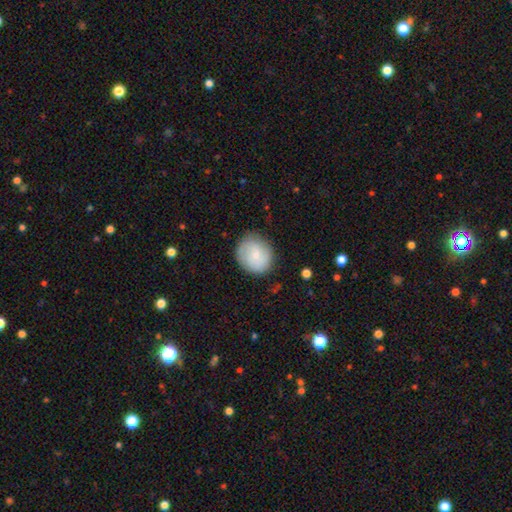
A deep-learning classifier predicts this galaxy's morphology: type=smooth (60%); roundness=round (76%); merging=none (80%).